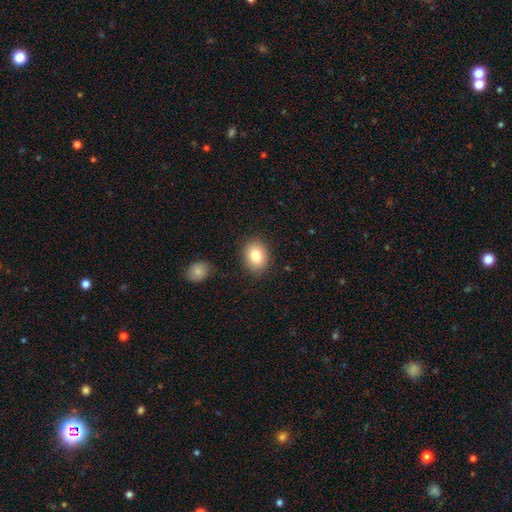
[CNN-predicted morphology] Smooth or featured?
  - smooth: 82% *
  - featured or disk: 9%
  - star or artifact: 9%
How rounded?
  - in between: 54% *
  - round: 45%
  - cigar-shaped: 1%
Merging?
  - none: 86% *
  - minor disturbance: 9%
  - major disturbance: 3%
  - merger: 2%